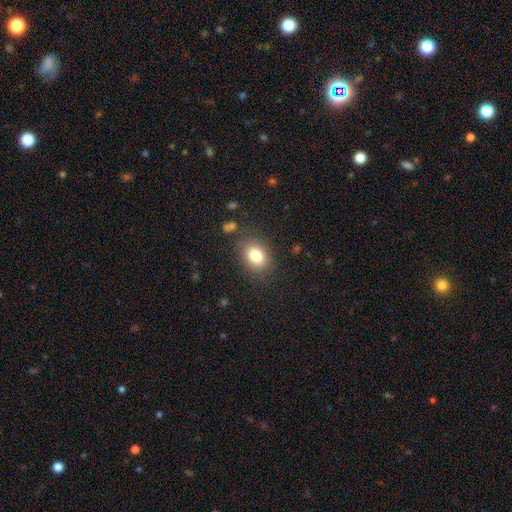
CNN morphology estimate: Smooth or featured: smooth — 81% (star or artifact — 10%)
How rounded: in between — 72% (round — 27%)
Merging: none — 82% (minor disturbance — 12%)